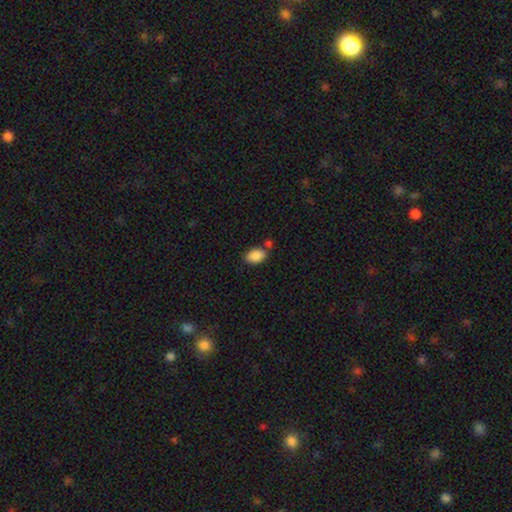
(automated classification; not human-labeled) This appears to be a smooth galaxy with no disk features (88%) that is in between round and cigar-shaped (87%). Merging: none (65%).